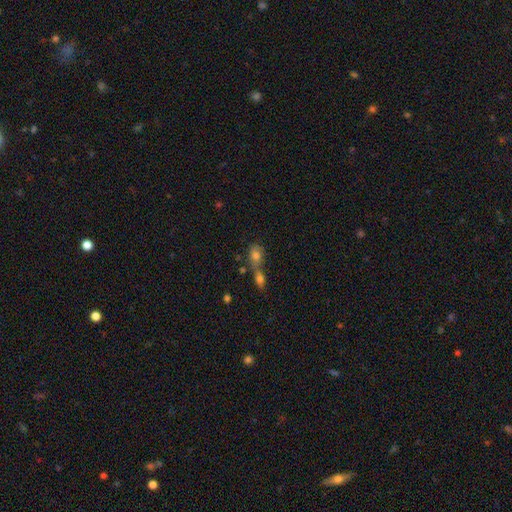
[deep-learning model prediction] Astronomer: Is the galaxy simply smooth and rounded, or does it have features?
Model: smooth — 69%.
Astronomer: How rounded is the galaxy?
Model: in between — 67%.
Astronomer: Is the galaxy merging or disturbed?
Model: merger — 64%.